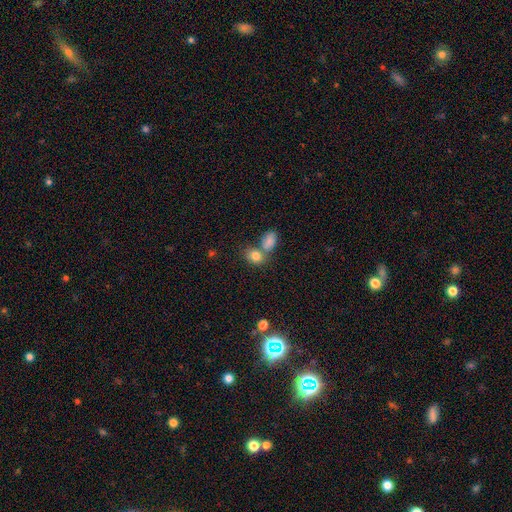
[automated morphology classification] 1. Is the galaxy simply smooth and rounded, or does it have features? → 81% smooth, 10% star or artifact, 9% featured or disk.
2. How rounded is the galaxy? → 54% in between, 44% round, 1% cigar-shaped.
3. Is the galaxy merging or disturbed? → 43% none, 42% merger, 10% minor disturbance, 4% major disturbance.